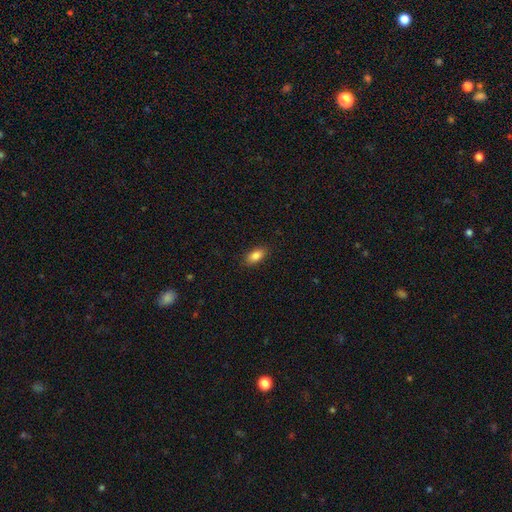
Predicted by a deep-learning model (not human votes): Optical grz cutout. It shows a smooth galaxy with no disk features (86%) that is in between round and cigar-shaped (89%). Merging: none (87%).